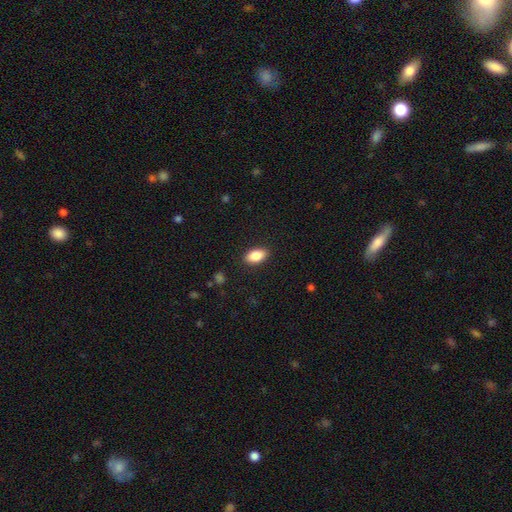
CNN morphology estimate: This appears to be a smooth galaxy with no disk features (86%) that is in between round and cigar-shaped (92%). Merging: none (89%).